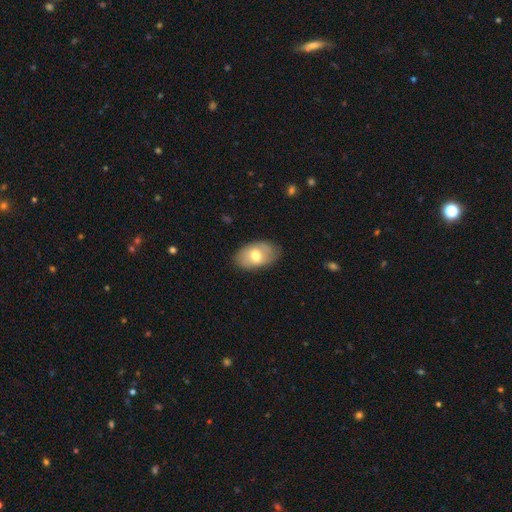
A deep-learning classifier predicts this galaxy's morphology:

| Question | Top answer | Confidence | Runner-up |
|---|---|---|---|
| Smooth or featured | smooth | 65% | featured or disk (29%) |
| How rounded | in between | 90% | round (9%) |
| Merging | none | 80% | minor disturbance (15%) |